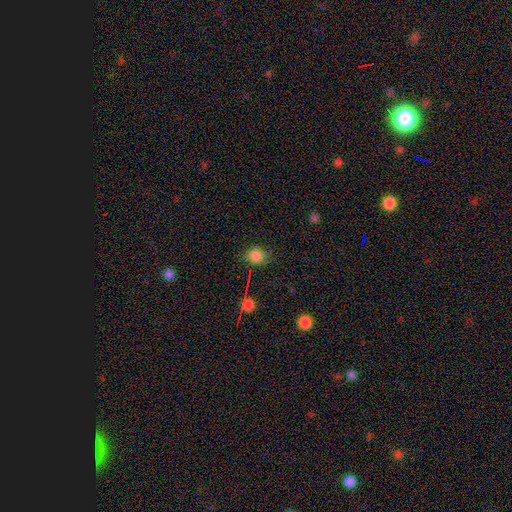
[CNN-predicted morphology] smooth-or-featured: smooth: 80% | star or artifact: 15% | featured or disk: 5%
  how-rounded: round: 74% | in between: 25% | cigar-shaped: 1%
  merging: none: 79% | minor disturbance: 15% | major disturbance: 4% | merger: 3%